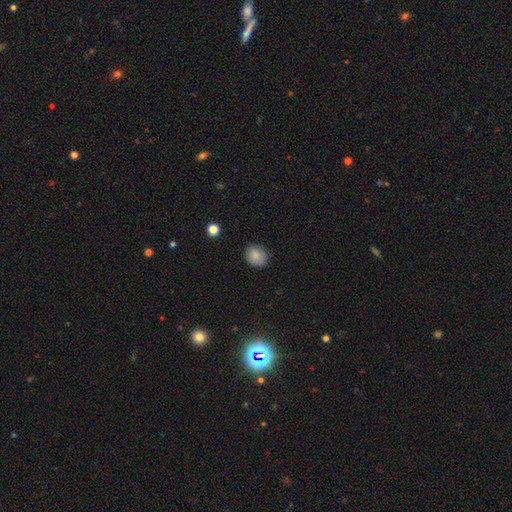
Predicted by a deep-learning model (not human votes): smooth-or-featured: smooth: 86% | star or artifact: 9% | featured or disk: 5%
  how-rounded: round: 59% | in between: 40% | cigar-shaped: 1%
  merging: none: 81% | minor disturbance: 14% | major disturbance: 3% | merger: 1%